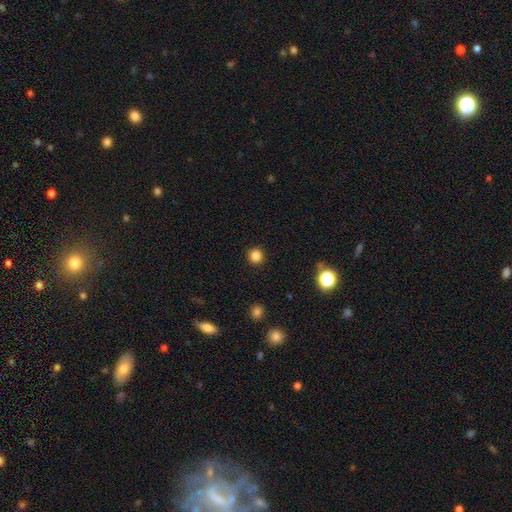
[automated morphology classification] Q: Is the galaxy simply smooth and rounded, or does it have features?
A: smooth — 83%.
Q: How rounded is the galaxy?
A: round — 93%.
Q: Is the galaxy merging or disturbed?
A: none — 92%.